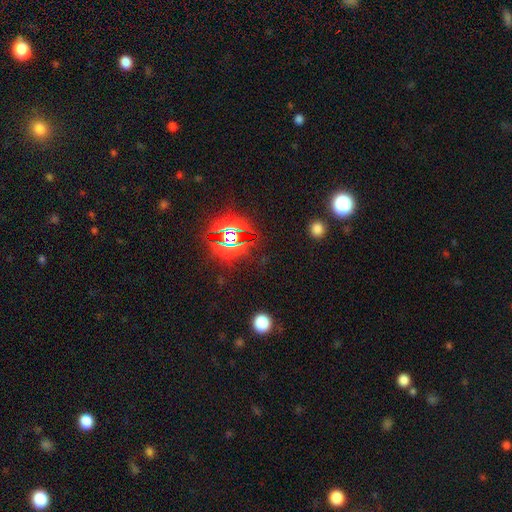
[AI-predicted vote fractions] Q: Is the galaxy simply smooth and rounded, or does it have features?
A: star or artifact — 82%.